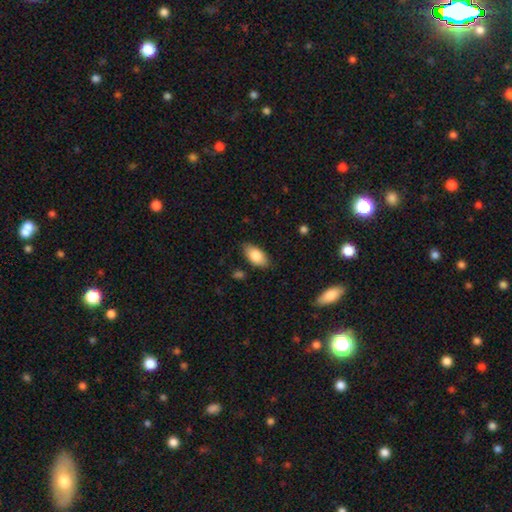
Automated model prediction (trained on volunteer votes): Q: Smooth or featured?
A: smooth (84%); runner-up: featured or disk (9%)
Q: How rounded?
A: in between (93%); runner-up: cigar-shaped (4%)
Q: Merging?
A: none (83%); runner-up: minor disturbance (13%)